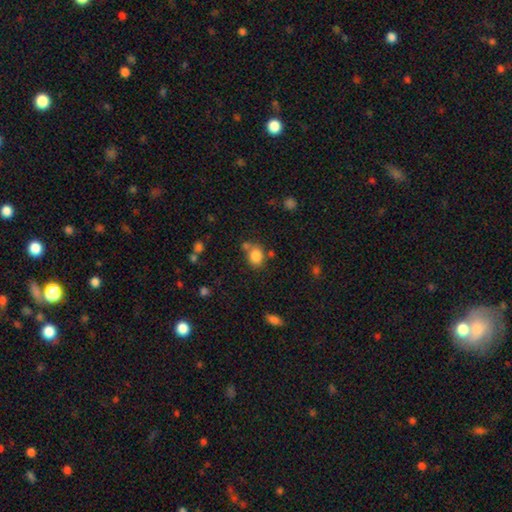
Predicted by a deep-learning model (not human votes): Morphology: type=smooth (83%); roundness=round (54%); merging=none (62%).